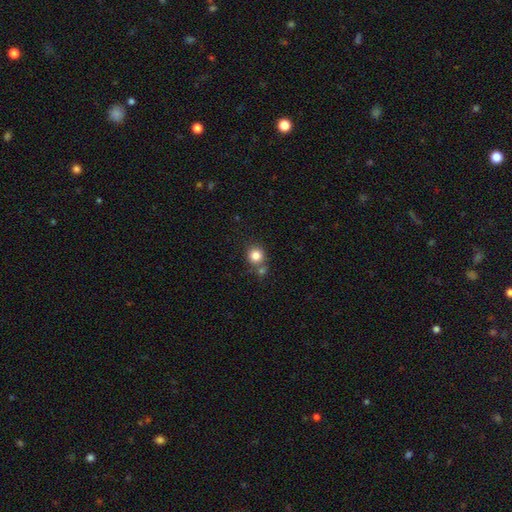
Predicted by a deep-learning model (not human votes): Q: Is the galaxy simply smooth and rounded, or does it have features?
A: smooth — 83%.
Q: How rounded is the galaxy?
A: round — 88%.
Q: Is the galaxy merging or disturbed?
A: none — 65%.